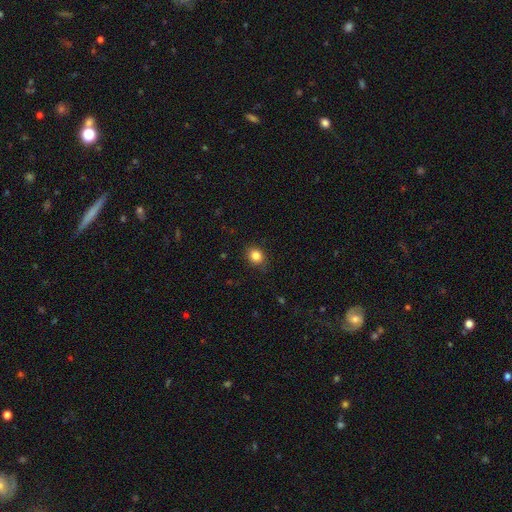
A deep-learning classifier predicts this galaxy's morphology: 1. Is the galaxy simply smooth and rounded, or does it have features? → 84% smooth, 10% star or artifact, 5% featured or disk.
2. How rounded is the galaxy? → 65% round, 34% in between, 1% cigar-shaped.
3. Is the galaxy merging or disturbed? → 85% none, 11% minor disturbance, 3% major disturbance, 1% merger.